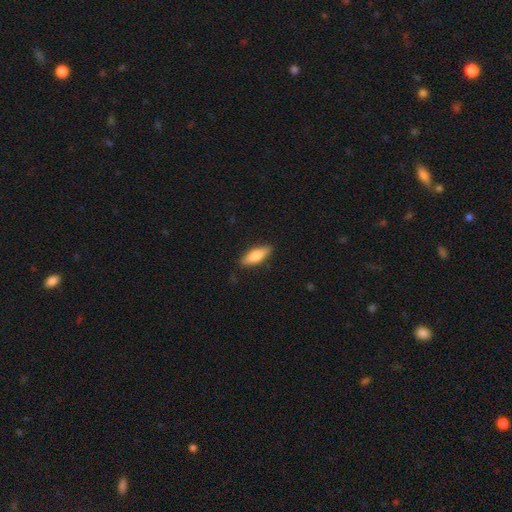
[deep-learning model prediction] A smooth galaxy with no disk features (72%) that is in between round and cigar-shaped (61%).

Vote fractions:
- Smooth or featured? smooth: 72% / featured or disk: 22% / star or artifact: 6%
- How rounded? in between: 61% / cigar-shaped: 37% / round: 2%
- Merging? none: 86% / minor disturbance: 10% / major disturbance: 2% / merger: 1%